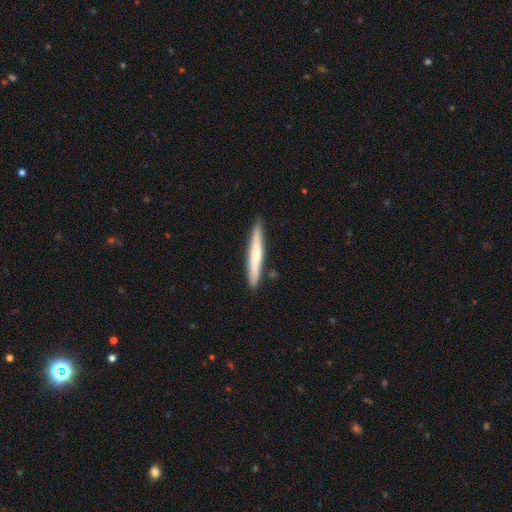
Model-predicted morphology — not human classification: smooth 58%, featured or disk 37%, star or artifact 5%. Down the decision tree: how rounded — cigar-shaped (95%); merging — none (87%).